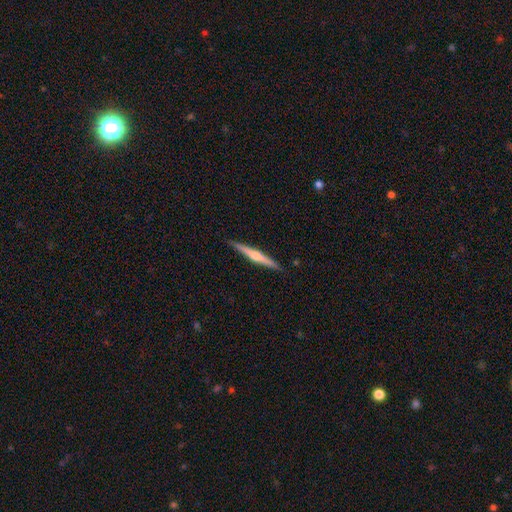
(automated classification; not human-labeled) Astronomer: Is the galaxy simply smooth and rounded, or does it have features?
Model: featured or disk — 68%.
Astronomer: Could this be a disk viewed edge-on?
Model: yes — 98%.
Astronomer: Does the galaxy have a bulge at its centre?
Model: rounded — 87%.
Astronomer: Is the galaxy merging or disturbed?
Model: none — 91%.